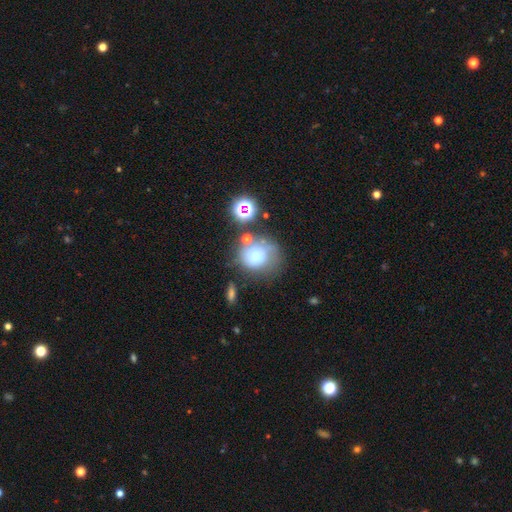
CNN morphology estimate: Smooth or featured?
  - smooth: 67% *
  - featured or disk: 18%
  - star or artifact: 15%
How rounded?
  - round: 74% *
  - in between: 25%
  - cigar-shaped: 1%
Merging?
  - none: 45% *
  - minor disturbance: 23%
  - major disturbance: 16%
  - merger: 16%